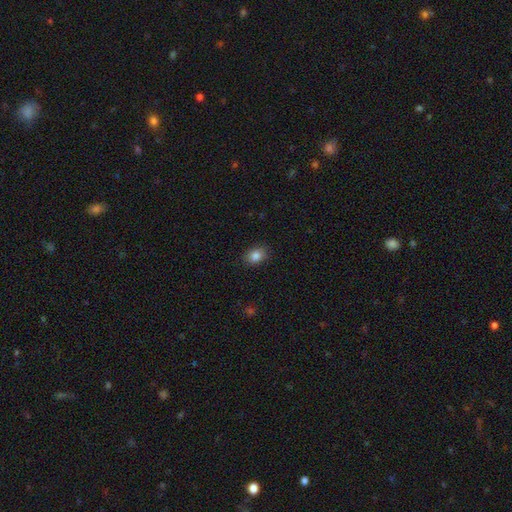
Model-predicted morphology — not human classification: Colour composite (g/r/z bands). It shows a smooth galaxy with no disk features (85%) that is in between round and cigar-shaped (68%). Merging: none (87%).